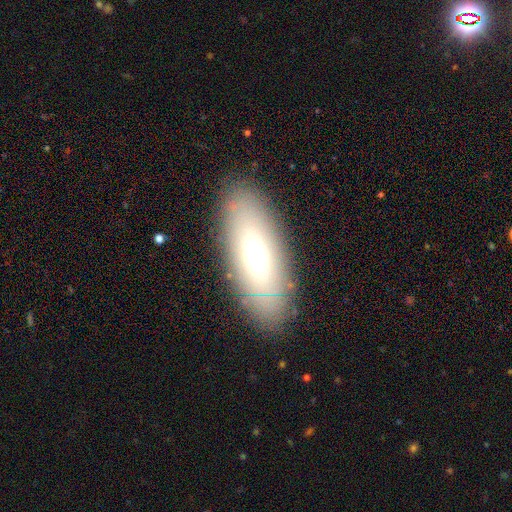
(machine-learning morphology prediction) Smooth or featured? Predicted: smooth (p=0.60). How rounded? Predicted: in between (p=0.79). Merging? Predicted: none (p=0.85).